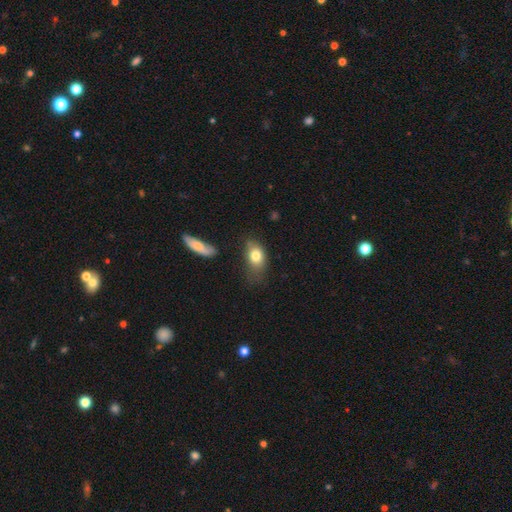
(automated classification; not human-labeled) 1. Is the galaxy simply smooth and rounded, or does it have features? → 77% smooth, 15% featured or disk, 8% star or artifact.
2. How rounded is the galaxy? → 82% in between, 15% round, 3% cigar-shaped.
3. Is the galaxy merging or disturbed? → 49% none, 31% minor disturbance, 14% major disturbance, 5% merger.